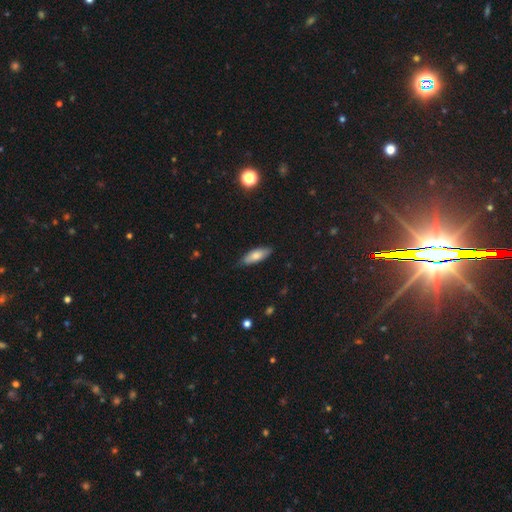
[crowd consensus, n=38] Smooth or featured? smooth (84%)
How rounded? in between (69%)
Merging? none (66%)